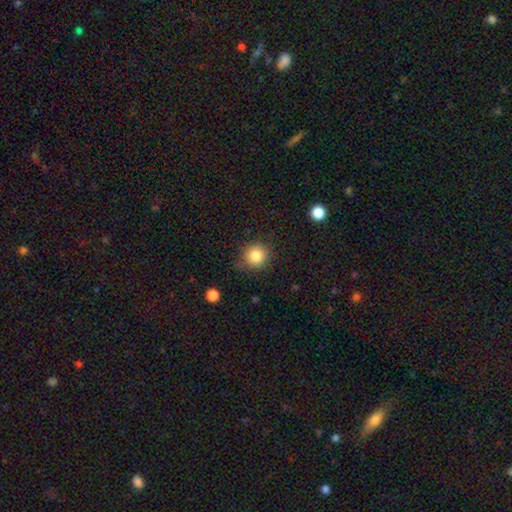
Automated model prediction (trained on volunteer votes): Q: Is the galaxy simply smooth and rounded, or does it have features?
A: smooth — 83%.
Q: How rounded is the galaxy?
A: round — 90%.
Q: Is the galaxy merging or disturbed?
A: none — 80%.